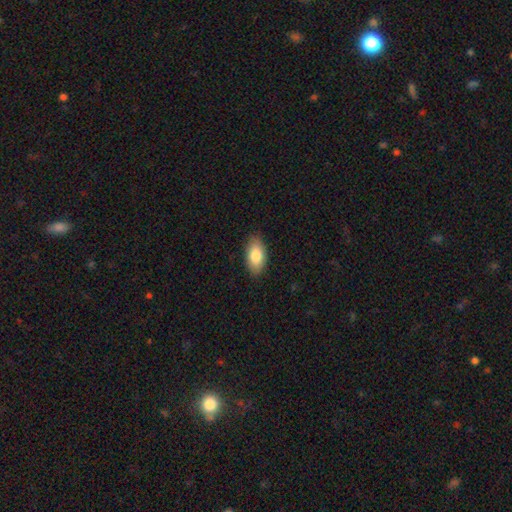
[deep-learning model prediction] Smooth or featured: smooth — 82% (featured or disk — 11%)
How rounded: in between — 93% (cigar-shaped — 3%)
Merging: none — 87% (minor disturbance — 10%)